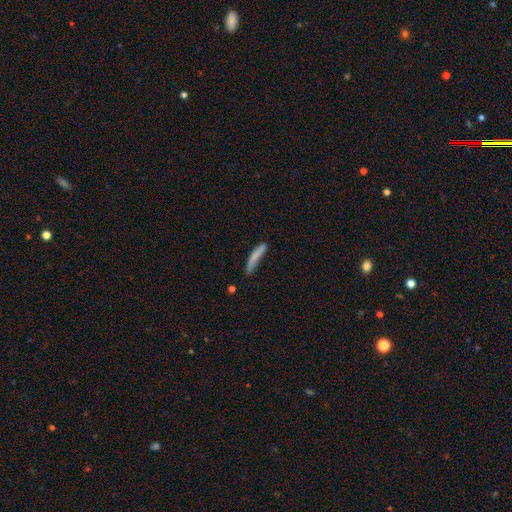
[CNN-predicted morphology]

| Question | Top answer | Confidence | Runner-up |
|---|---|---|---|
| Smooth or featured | smooth | 75% | featured or disk (18%) |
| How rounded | cigar-shaped | 90% | in between (8%) |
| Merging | none | 57% | minor disturbance (28%) |